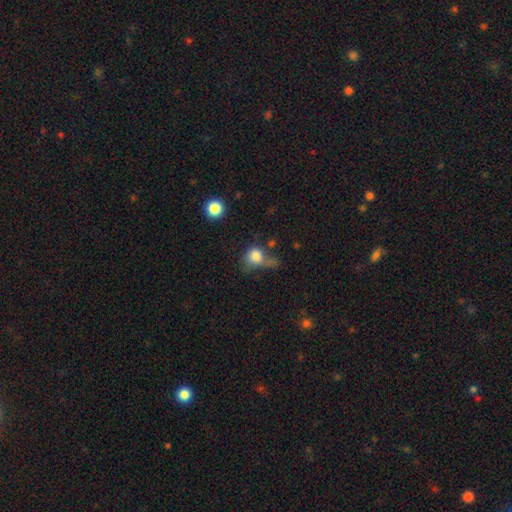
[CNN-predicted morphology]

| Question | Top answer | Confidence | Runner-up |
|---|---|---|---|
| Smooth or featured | smooth | 78% | featured or disk (11%) |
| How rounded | round | 63% | in between (35%) |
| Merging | major disturbance | 31% | none (28%) |